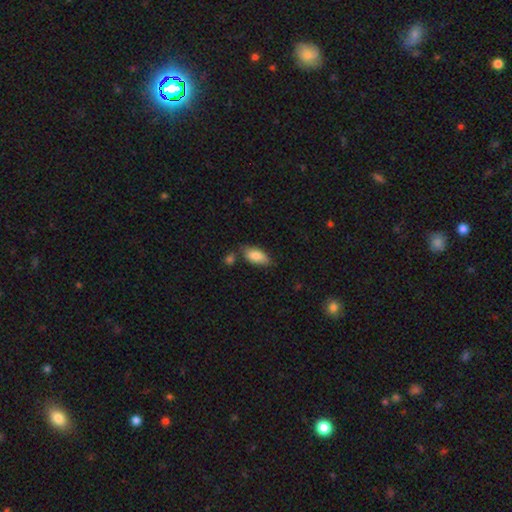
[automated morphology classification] Smooth or featured: smooth — 84% (featured or disk — 10%)
How rounded: in between — 87% (cigar-shaped — 11%)
Merging: none — 65% (minor disturbance — 22%)